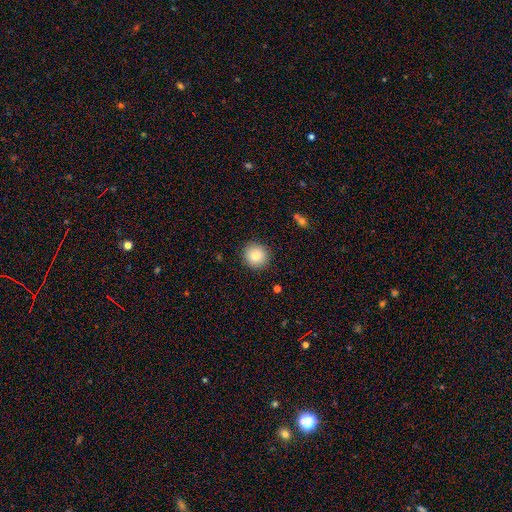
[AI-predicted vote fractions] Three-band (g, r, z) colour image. It shows a smooth galaxy with no disk features (83%) that is round (94%). Merging: none (91%).